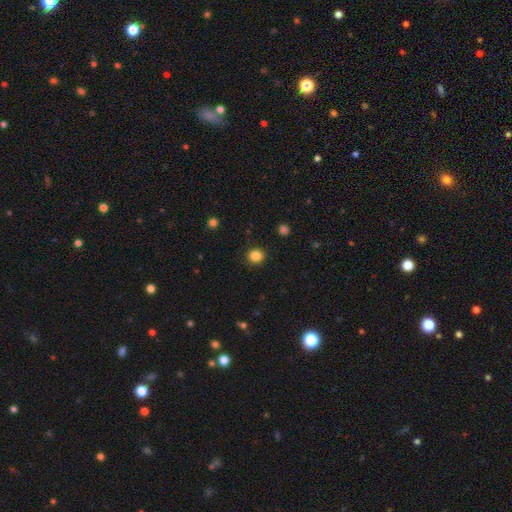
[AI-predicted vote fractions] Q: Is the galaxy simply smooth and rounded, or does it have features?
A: smooth — 85%.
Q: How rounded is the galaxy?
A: round — 86%.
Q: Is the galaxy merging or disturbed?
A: none — 91%.